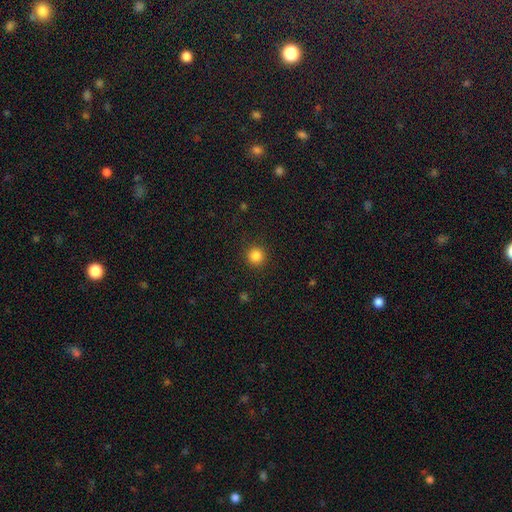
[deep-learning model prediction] This is clearly a smooth galaxy (84%). How rounded: clearly round (95%). Merging: clearly none (91%).